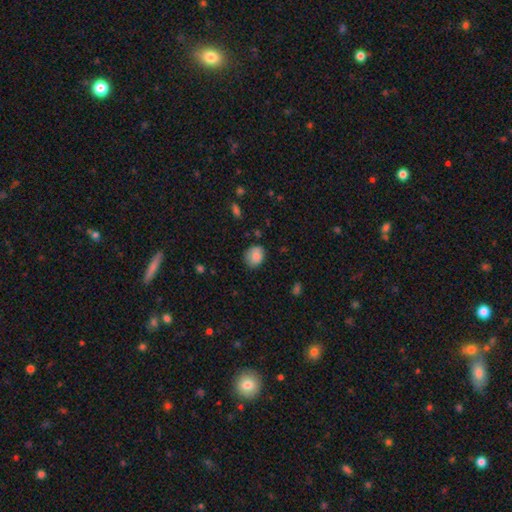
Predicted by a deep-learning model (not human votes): This is clearly a smooth galaxy (83%). How rounded: possibly round (59%). Merging: likely none (73%).